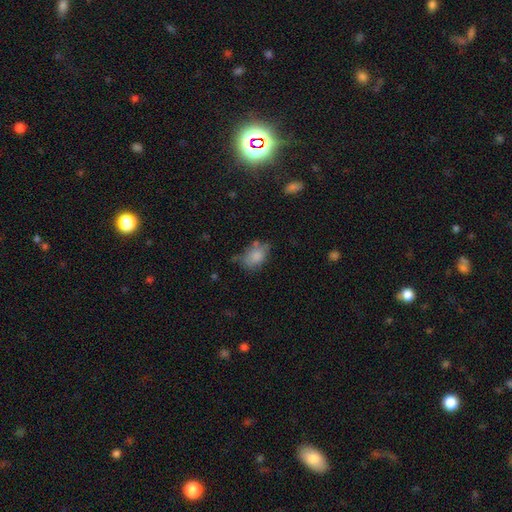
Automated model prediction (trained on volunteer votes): smooth-or-featured: smooth: 79% | featured or disk: 12% | star or artifact: 9%
  how-rounded: in between: 81% | round: 17% | cigar-shaped: 2%
  merging: none: 51% | minor disturbance: 30% | major disturbance: 10% | merger: 9%